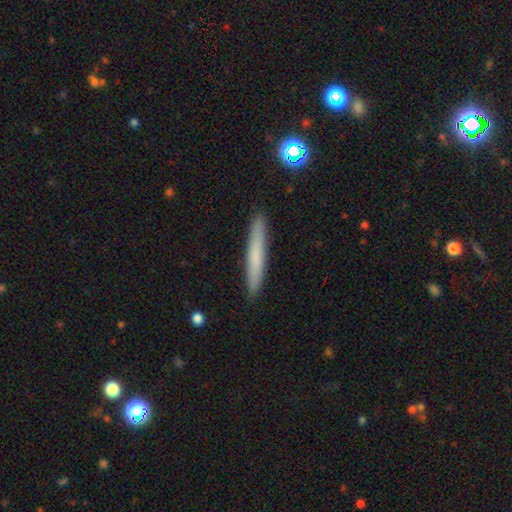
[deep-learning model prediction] Smooth or featured? Predicted: smooth (p=0.68). How rounded? Predicted: cigar-shaped (p=0.96). Merging? Predicted: none (p=0.91).